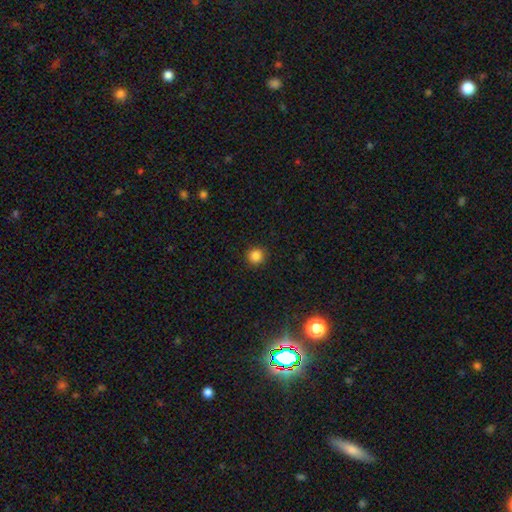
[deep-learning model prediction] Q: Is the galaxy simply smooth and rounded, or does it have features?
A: smooth — 85%.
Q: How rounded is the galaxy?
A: round — 95%.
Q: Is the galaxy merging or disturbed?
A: none — 93%.